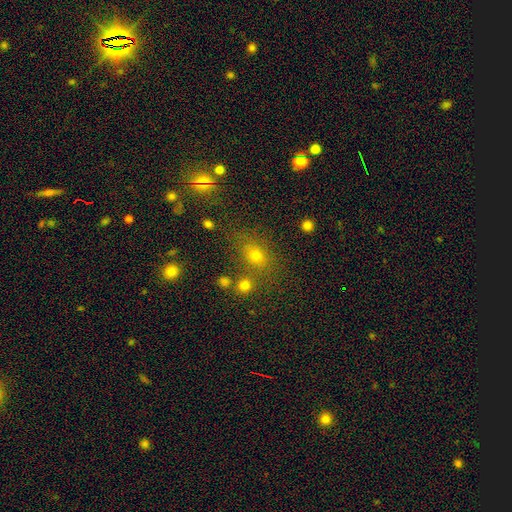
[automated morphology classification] This appears to be a smooth galaxy with no disk features (67%) that is in between round and cigar-shaped (51%). Merging: none (66%).